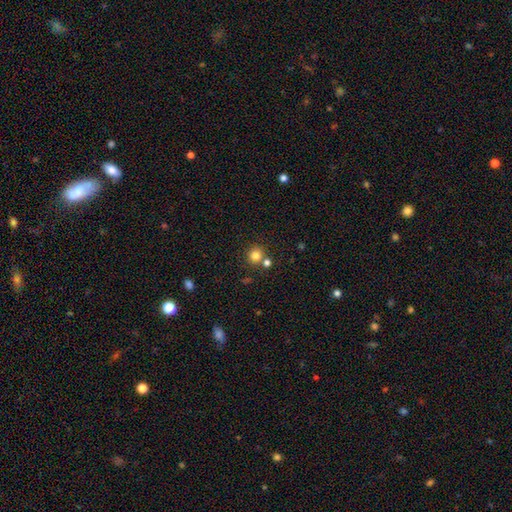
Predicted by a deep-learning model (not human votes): Morphology: type=smooth (81%); roundness=round (92%); merging=none (74%).